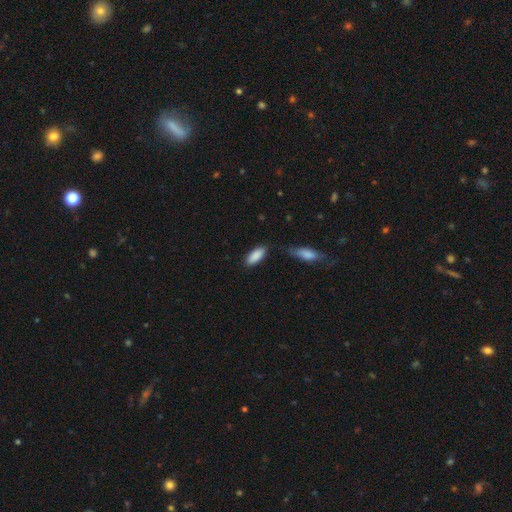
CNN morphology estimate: A smooth galaxy with no disk features (89%) that is in between round and cigar-shaped (83%).

Vote fractions:
- Smooth or featured? smooth: 89% / star or artifact: 6% / featured or disk: 5%
- How rounded? in between: 83% / cigar-shaped: 15% / round: 2%
- Merging? none: 75% / minor disturbance: 15% / merger: 6% / major disturbance: 4%